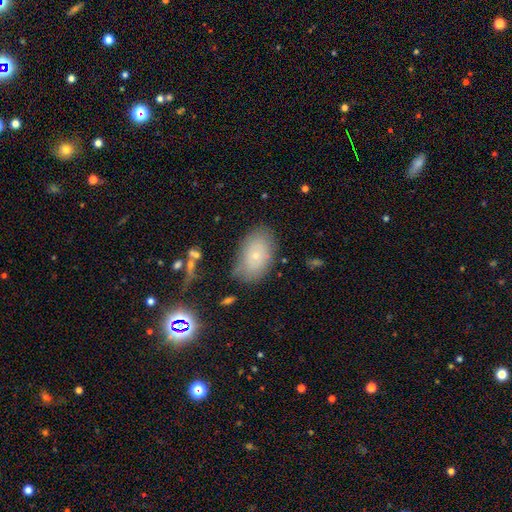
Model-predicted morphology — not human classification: type=smooth (64%); roundness=in between (89%); merging=none (75%).